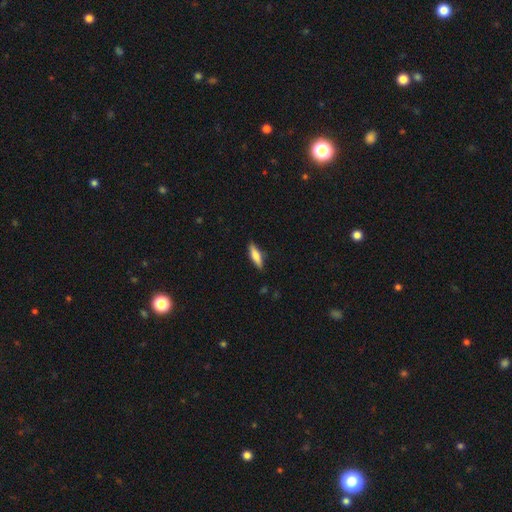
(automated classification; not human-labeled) smooth-or-featured: smooth: 70% | featured or disk: 24% | star or artifact: 6%
  how-rounded: cigar-shaped: 61% | in between: 37% | round: 2%
  merging: none: 87% | minor disturbance: 10% | major disturbance: 2% | merger: 1%